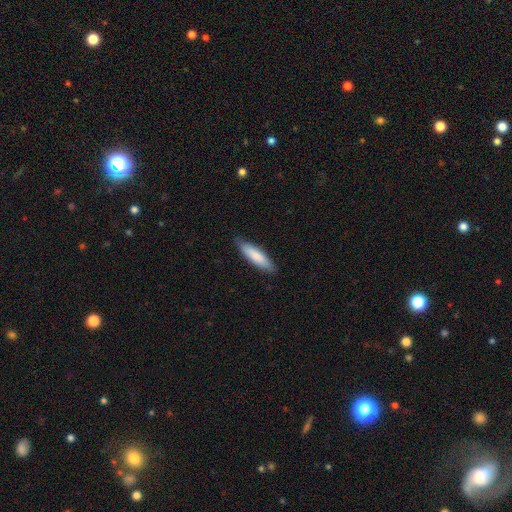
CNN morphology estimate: Smooth or featured: smooth — 81% (featured or disk — 14%)
How rounded: cigar-shaped — 70% (in between — 29%)
Merging: none — 84% (minor disturbance — 13%)